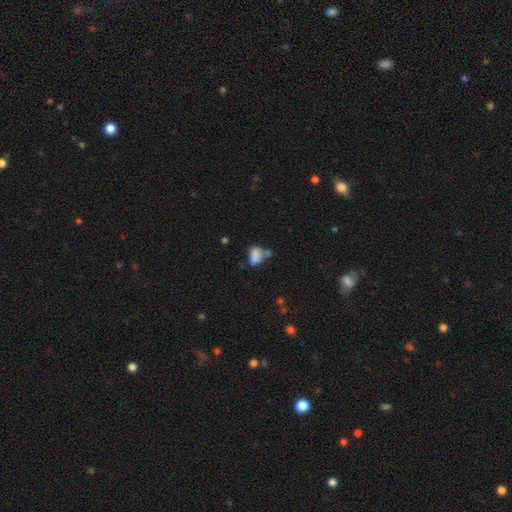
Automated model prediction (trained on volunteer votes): This is likely a smooth galaxy (69%). How rounded: likely in between (80%). Merging: possibly merger (49%).